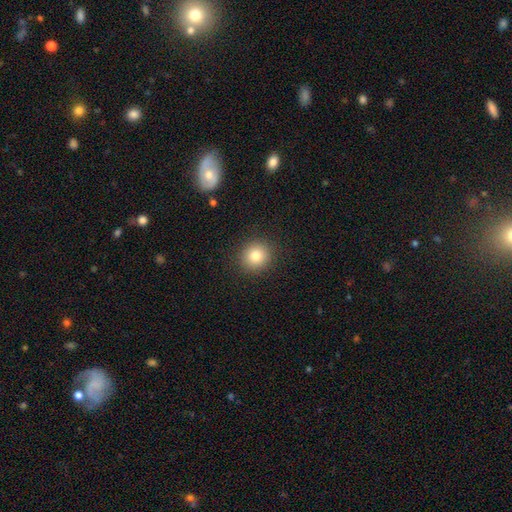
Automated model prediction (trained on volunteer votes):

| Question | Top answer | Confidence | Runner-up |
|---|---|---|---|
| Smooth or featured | smooth | 80% | star or artifact (11%) |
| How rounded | round | 89% | in between (10%) |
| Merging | none | 90% | minor disturbance (6%) |